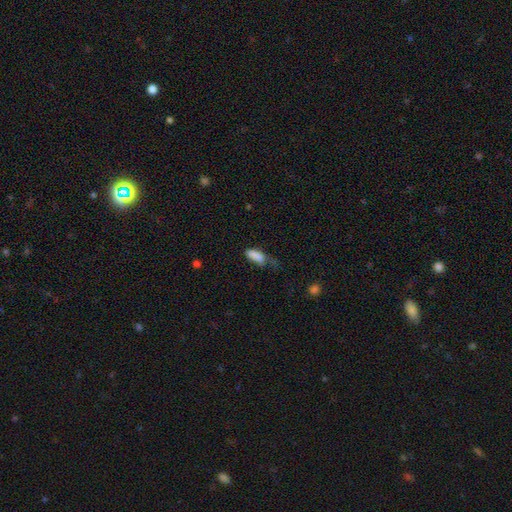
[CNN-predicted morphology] smooth_or_featured: smooth (p=0.83) [alt: star or artifact p=0.09]
how_rounded: in between (p=0.74) [alt: cigar-shaped p=0.24]
merging: minor disturbance (p=0.36) [alt: none p=0.30]